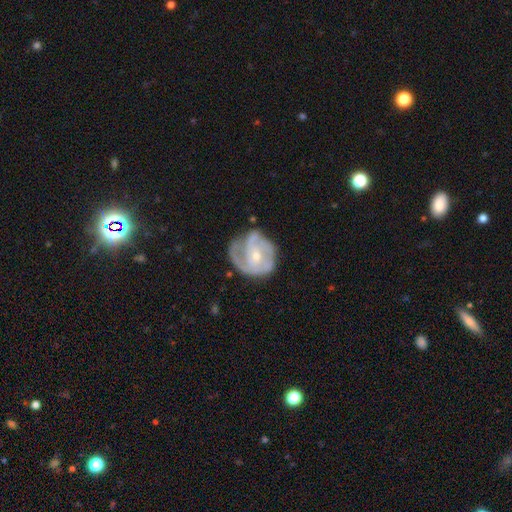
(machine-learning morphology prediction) Overall: featured or disk (81%). Edge-on disk: no (98%). Bar: no (58%; weak 34%). Spiral arms: yes (91%). Spiral arm count: 3 (32%; 2 31%). Spiral winding: tight (48%; medium 39%). Bulge size: small (62%; moderate 34%). Merging: none (51%; minor disturbance 27%).